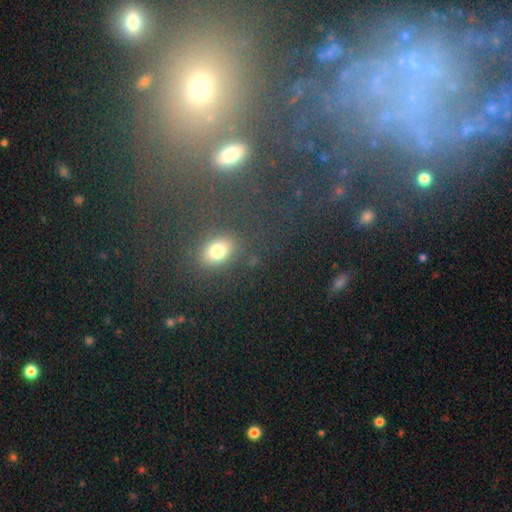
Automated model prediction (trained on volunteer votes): Smooth or featured? Predicted: smooth (p=0.42). Merging? Predicted: none (p=0.74).